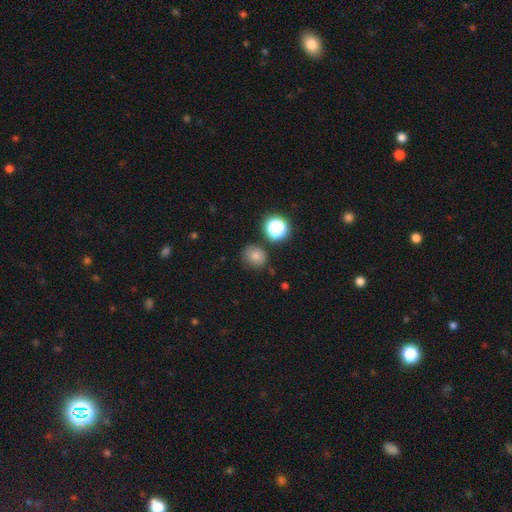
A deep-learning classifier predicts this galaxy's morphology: This is likely a smooth galaxy (69%). How rounded: likely round (75%). Merging: likely none (79%).